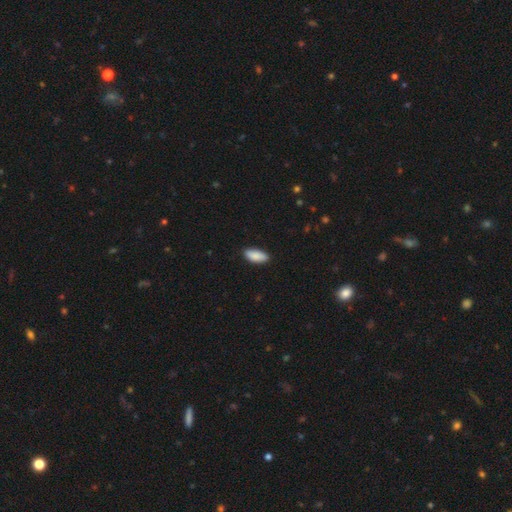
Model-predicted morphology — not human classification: The model was most divided on "how rounded": in between: 86%, cigar-shaped: 12%, round: 2%. More confident: smooth or featured — smooth (89%); merging — none (88%).